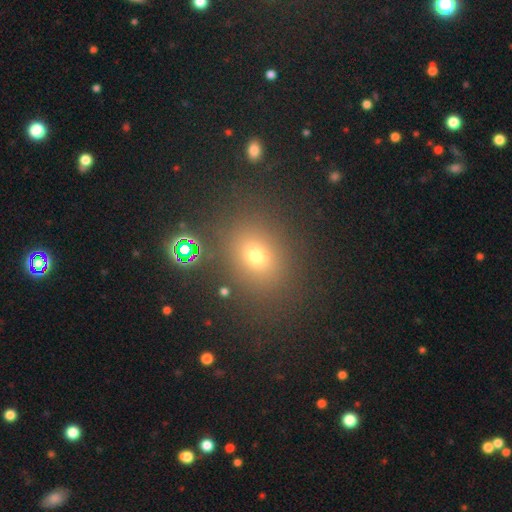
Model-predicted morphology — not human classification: type=smooth (63%); roundness=round (56%); merging=none (85%).